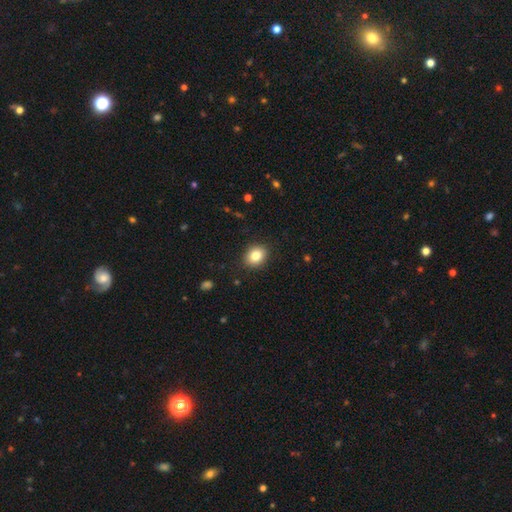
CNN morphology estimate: Q: Smooth or featured?
A: smooth (84%); runner-up: star or artifact (9%)
Q: How rounded?
A: round (55%); runner-up: in between (45%)
Q: Merging?
A: none (89%); runner-up: minor disturbance (8%)